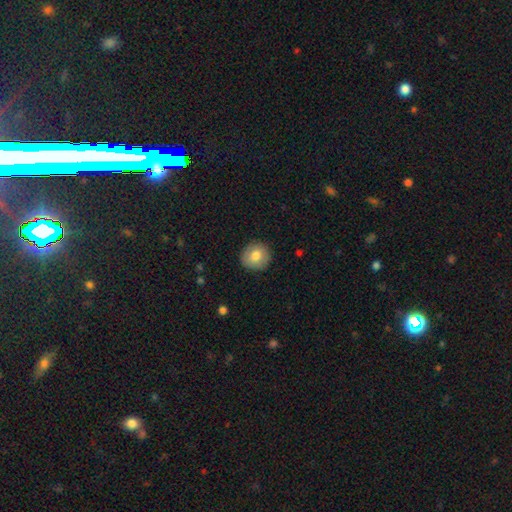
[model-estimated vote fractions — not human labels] This is likely a smooth galaxy (78%). How rounded: clearly round (90%). Merging: clearly none (89%).